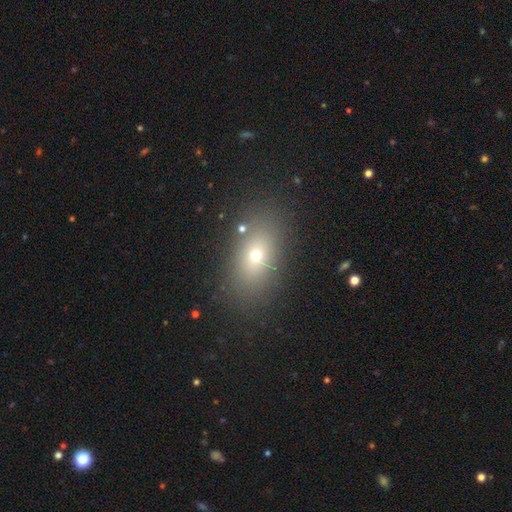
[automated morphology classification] Smooth or featured: smooth — 64% (star or artifact — 19%)
How rounded: in between — 78% (round — 17%)
Merging: none — 84% (minor disturbance — 9%)